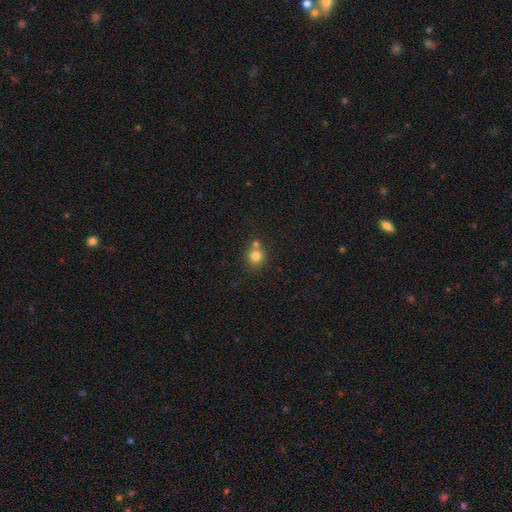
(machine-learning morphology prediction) Smooth or featured?
  - smooth: 80% *
  - star or artifact: 12%
  - featured or disk: 8%
How rounded?
  - round: 85% *
  - in between: 14%
  - cigar-shaped: 1%
Merging?
  - none: 60% *
  - merger: 28%
  - minor disturbance: 9%
  - major disturbance: 3%